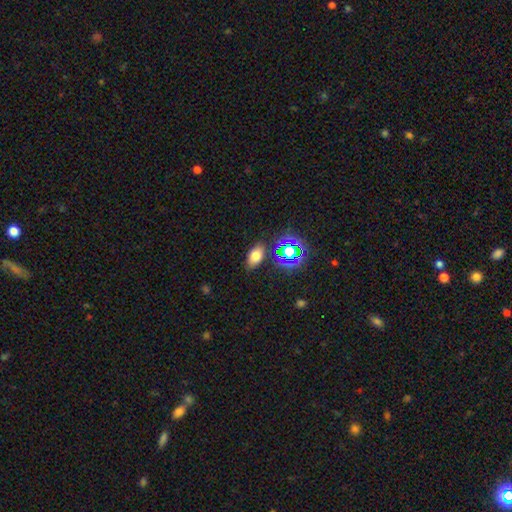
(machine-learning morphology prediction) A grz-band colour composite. It shows a smooth galaxy with no disk features (67%) that is in between round and cigar-shaped (88%). Merging: none (81%).